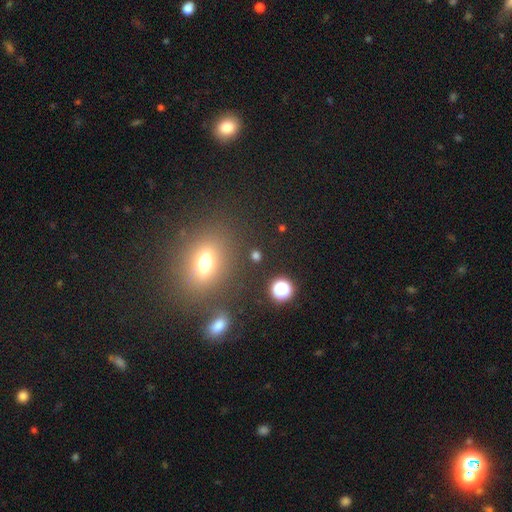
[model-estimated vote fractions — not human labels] Smooth or featured?
  - smooth: 63% *
  - star or artifact: 29%
  - featured or disk: 9%
How rounded?
  - round: 72% *
  - in between: 24%
  - cigar-shaped: 4%
Merging?
  - none: 82% *
  - minor disturbance: 8%
  - merger: 6%
  - major disturbance: 5%